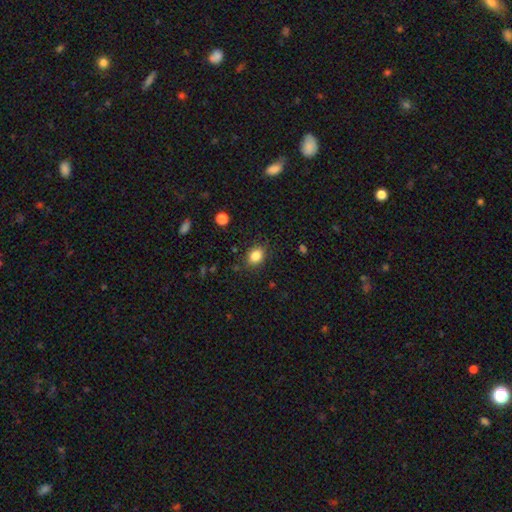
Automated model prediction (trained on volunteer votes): Morphology: type=smooth (84%); roundness=in between (56%); merging=none (82%).